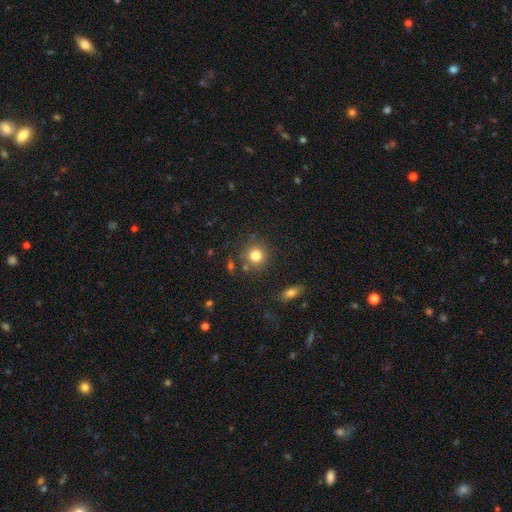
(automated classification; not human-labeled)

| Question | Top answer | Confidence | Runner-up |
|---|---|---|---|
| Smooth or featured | smooth | 80% | star or artifact (12%) |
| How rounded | round | 91% | in between (8%) |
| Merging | none | 81% | minor disturbance (10%) |